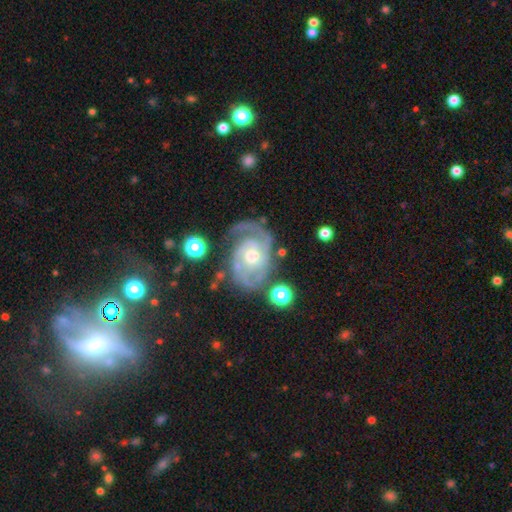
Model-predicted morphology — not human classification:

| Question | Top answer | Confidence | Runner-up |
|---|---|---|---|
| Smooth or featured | featured or disk | 89% | smooth (6%) |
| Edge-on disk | no | 97% | yes (3%) |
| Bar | no | 65% | weak (29%) |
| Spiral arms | yes | 96% | no (4%) |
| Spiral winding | tight | 52% | medium (39%) |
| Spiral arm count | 2 | 48% | 3 (19%) |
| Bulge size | moderate | 68% | small (20%) |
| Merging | none | 62% | minor disturbance (20%) |